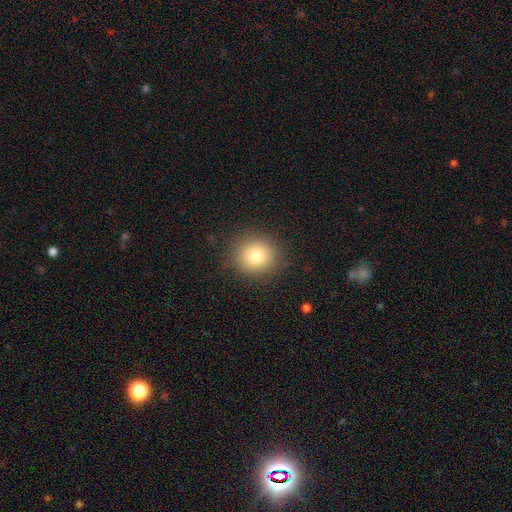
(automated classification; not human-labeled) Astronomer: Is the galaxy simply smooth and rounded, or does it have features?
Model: smooth — 78%.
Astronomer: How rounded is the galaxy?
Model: round — 85%.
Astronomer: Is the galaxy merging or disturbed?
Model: none — 87%.